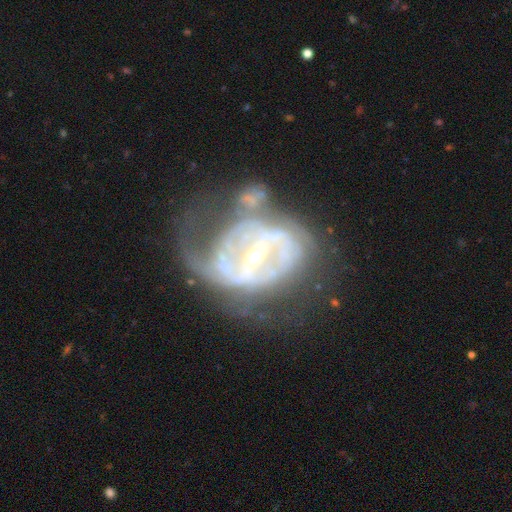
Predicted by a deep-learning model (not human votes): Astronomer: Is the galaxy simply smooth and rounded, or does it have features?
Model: featured or disk — 86%.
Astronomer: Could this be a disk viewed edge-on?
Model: no — 96%.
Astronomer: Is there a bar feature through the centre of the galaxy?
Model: strong — 61%.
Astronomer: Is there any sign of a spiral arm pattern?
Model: yes — 74%.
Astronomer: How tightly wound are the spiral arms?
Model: tight — 44% (runner-up: medium, 36%).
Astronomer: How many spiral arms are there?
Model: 2 — 38%, tied with can't tell at 38%.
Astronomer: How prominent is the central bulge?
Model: small — 70%.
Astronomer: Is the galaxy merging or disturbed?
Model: major disturbance — 39% (runner-up: none, 26%).